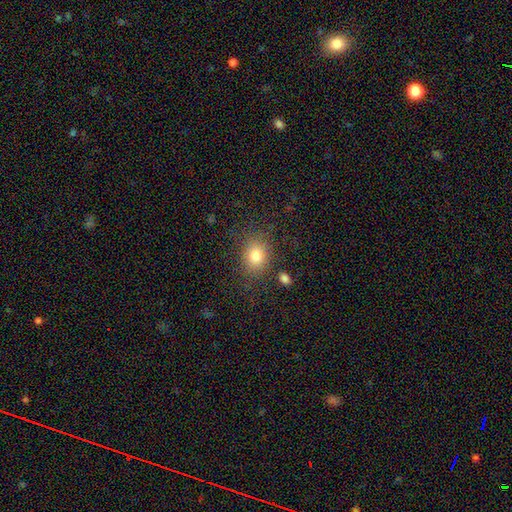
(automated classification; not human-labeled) smooth_or_featured: smooth (p=0.80) [alt: star or artifact p=0.11]
how_rounded: in between (p=0.52) [alt: round p=0.47]
merging: none (p=0.80) [alt: minor disturbance p=0.12]